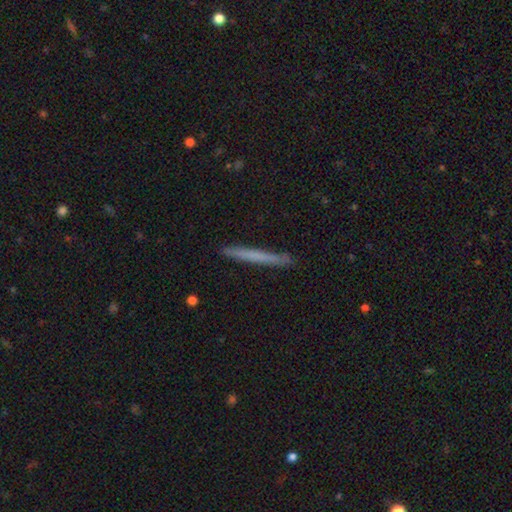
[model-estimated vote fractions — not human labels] Smooth or featured? Predicted: smooth (p=0.60). How rounded? Predicted: cigar-shaped (p=0.97). Merging? Predicted: none (p=0.90).